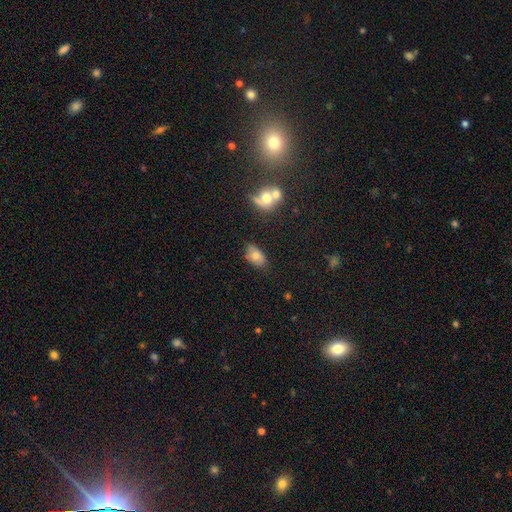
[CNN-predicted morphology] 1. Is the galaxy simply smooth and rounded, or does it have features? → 69% smooth, 20% featured or disk, 10% star or artifact.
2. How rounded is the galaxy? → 89% in between, 9% round, 2% cigar-shaped.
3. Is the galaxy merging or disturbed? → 71% none, 20% minor disturbance, 5% major disturbance, 5% merger.